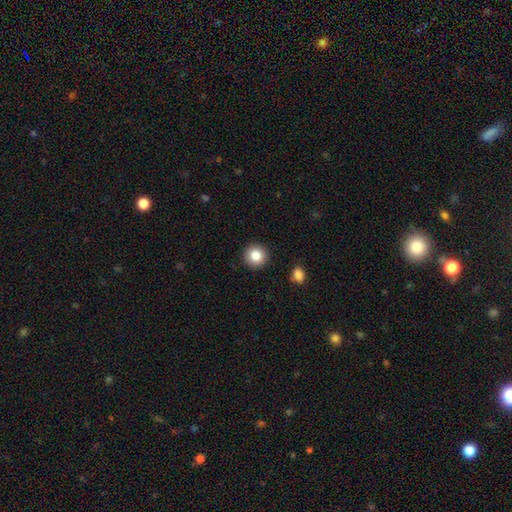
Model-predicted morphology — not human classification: Smooth or featured: smooth — 84% (star or artifact — 10%)
How rounded: round — 94% (in between — 5%)
Merging: none — 91% (minor disturbance — 6%)